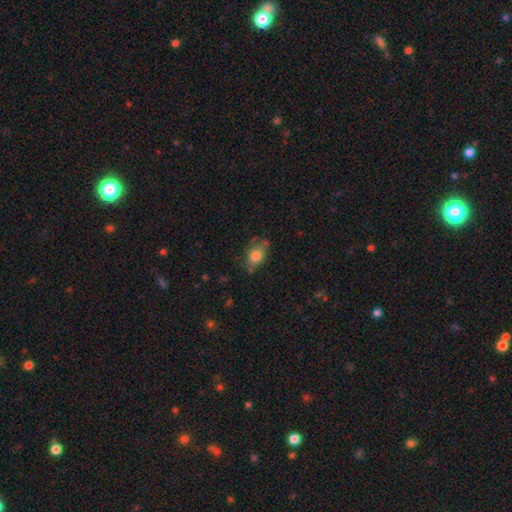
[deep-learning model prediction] Smooth or featured?
  - smooth: 77% *
  - featured or disk: 13%
  - star or artifact: 9%
How rounded?
  - in between: 72% *
  - round: 27%
  - cigar-shaped: 2%
Merging?
  - none: 52% *
  - minor disturbance: 31%
  - major disturbance: 12%
  - merger: 5%